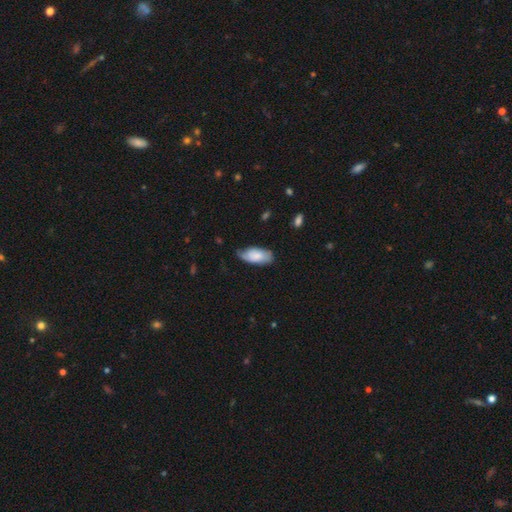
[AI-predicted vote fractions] Q: Smooth or featured?
A: smooth (75%); runner-up: featured or disk (19%)
Q: How rounded?
A: in between (91%); runner-up: cigar-shaped (7%)
Q: Merging?
A: none (63%); runner-up: minor disturbance (29%)